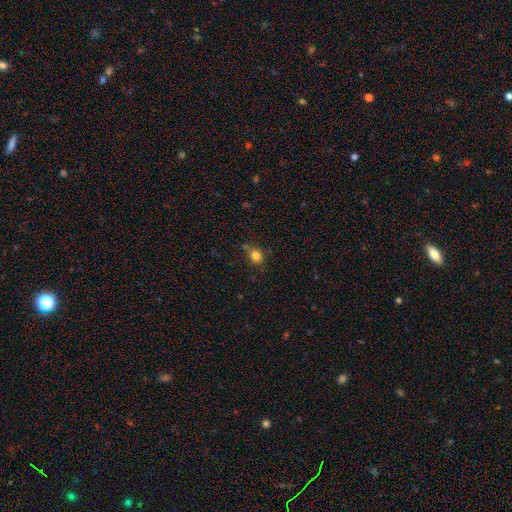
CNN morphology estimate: type=smooth (82%); roundness=round (67%); merging=none (68%).